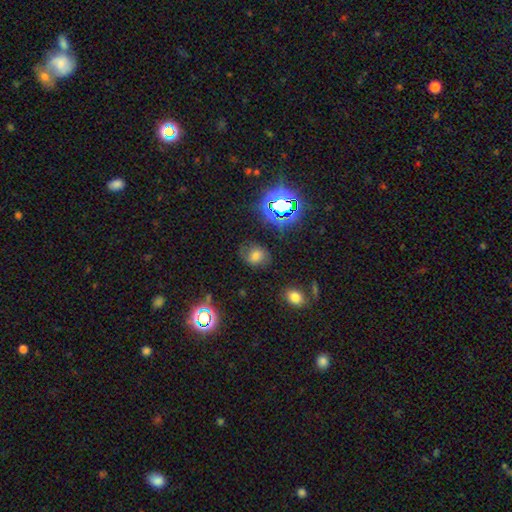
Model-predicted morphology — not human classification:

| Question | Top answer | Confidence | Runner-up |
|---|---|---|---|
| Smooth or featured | smooth | 53% | star or artifact (26%) |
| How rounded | round | 57% | in between (42%) |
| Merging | none | 67% | minor disturbance (21%) |